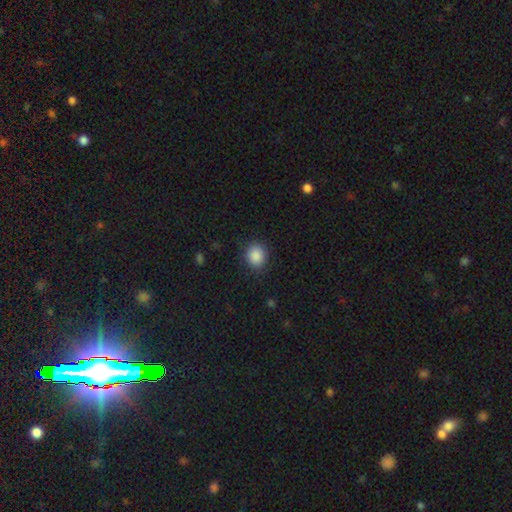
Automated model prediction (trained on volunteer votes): This is clearly a smooth galaxy (88%). How rounded: likely round (71%). Merging: clearly none (87%).